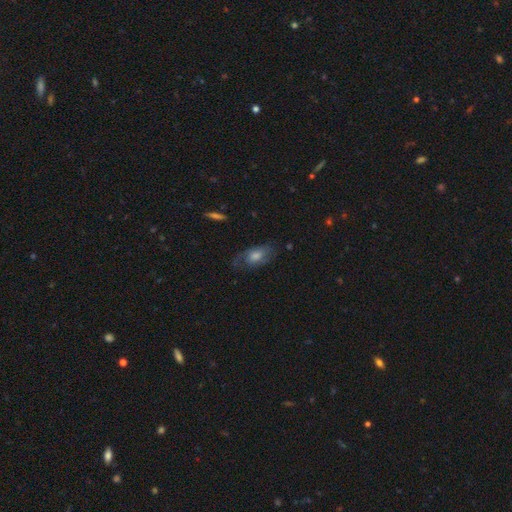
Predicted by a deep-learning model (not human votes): A featured or disk galaxy (51%).

Vote fractions:
- Smooth or featured? featured or disk: 51% / smooth: 38% / star or artifact: 11%
- Edge-on disk? no: 87% / yes: 13%
- Merging? none: 66% / minor disturbance: 21% / major disturbance: 11% / merger: 2%